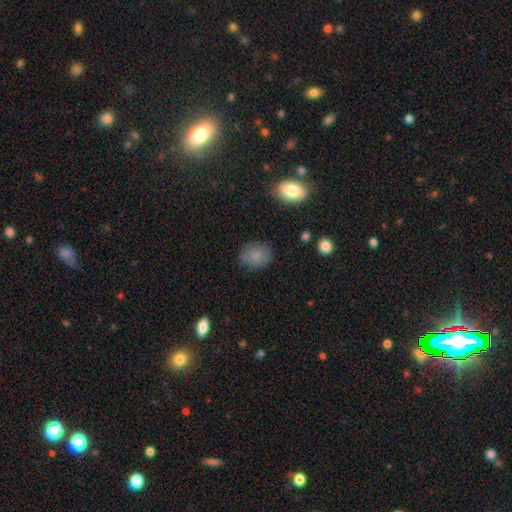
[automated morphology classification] Smooth or featured: smooth — 82% (star or artifact — 9%)
How rounded: round — 59% (in between — 40%)
Merging: none — 78% (minor disturbance — 16%)